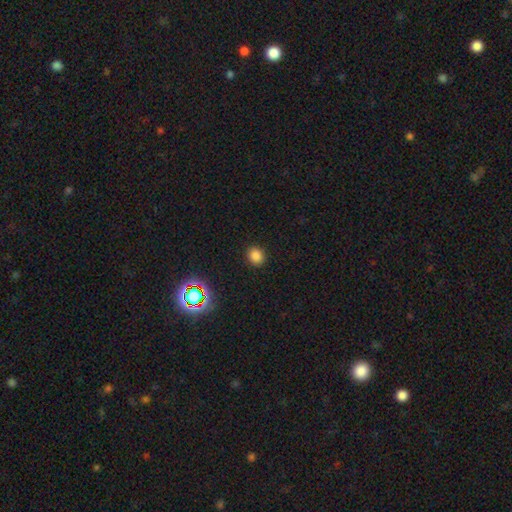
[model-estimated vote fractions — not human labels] Smooth or featured?
  - smooth: 81% *
  - star or artifact: 15%
  - featured or disk: 4%
How rounded?
  - round: 72% *
  - in between: 27%
  - cigar-shaped: 1%
Merging?
  - none: 90% *
  - minor disturbance: 6%
  - major disturbance: 2%
  - merger: 1%